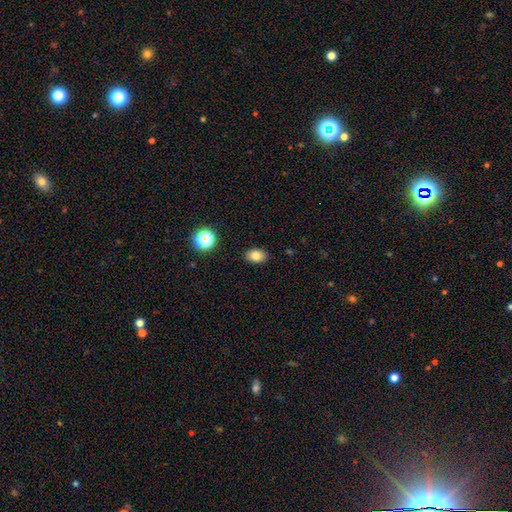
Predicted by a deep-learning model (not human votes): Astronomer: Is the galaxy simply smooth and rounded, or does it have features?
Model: smooth — 81%.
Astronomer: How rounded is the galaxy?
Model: in between — 77%.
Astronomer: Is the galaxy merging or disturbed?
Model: none — 88%.